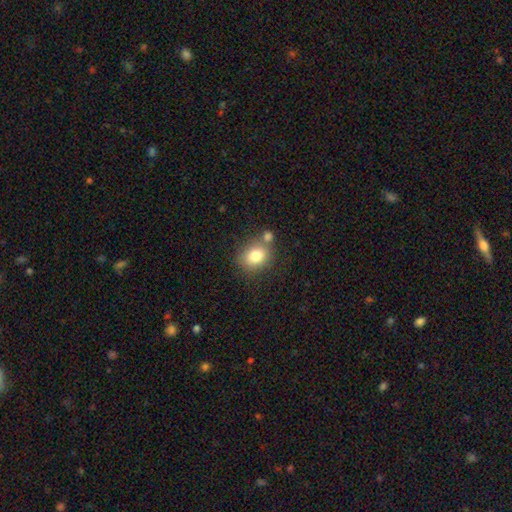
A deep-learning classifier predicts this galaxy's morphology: This appears to be a smooth galaxy with no disk features (80%) that is round (51%). Merging: none (63%).